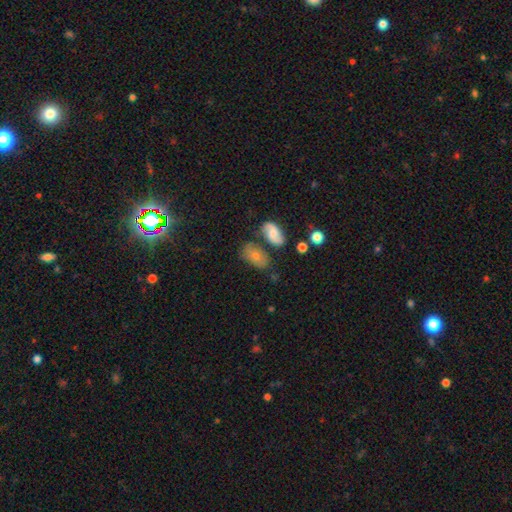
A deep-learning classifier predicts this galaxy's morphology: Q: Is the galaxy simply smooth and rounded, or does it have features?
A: smooth — 49%.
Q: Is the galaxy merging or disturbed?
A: none — 55%.